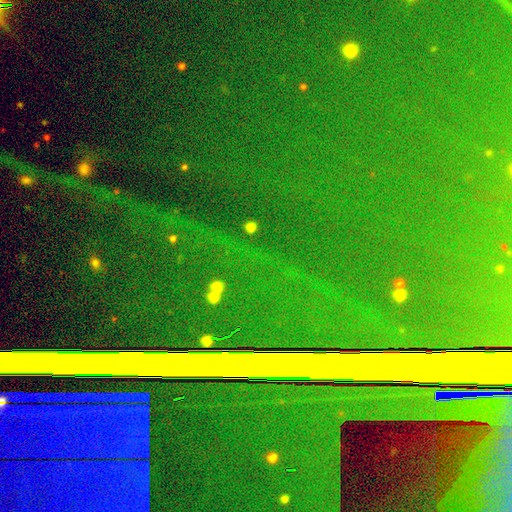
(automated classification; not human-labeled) smooth_or_featured: star or artifact (p=0.87) [alt: featured or disk p=0.07]